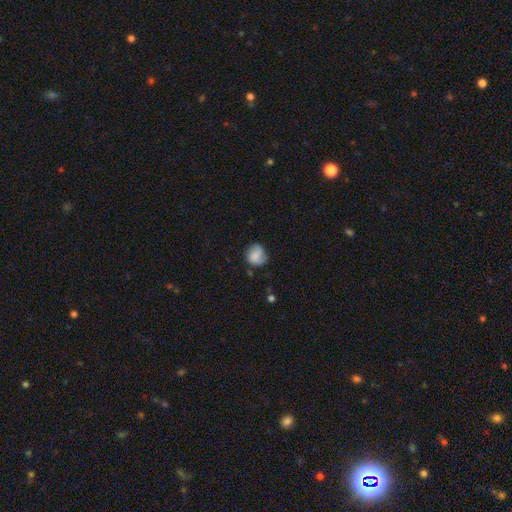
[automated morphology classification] A smooth galaxy with no disk features (67%) that is round (79%). Merging: none (64%).